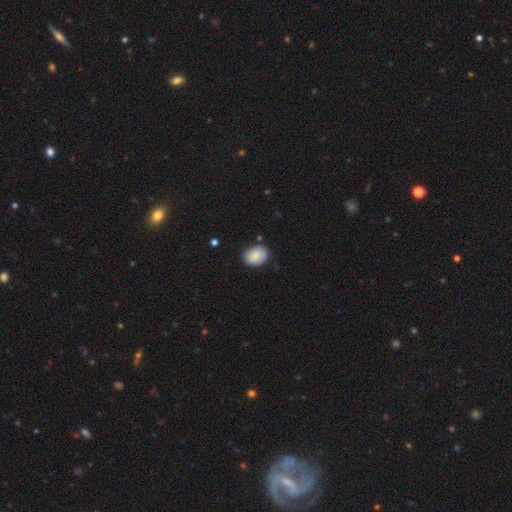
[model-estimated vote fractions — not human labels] A smooth galaxy with no disk features (87%) that is in between round and cigar-shaped (63%).

Vote fractions:
- Smooth or featured? smooth: 87% / star or artifact: 7% / featured or disk: 7%
- How rounded? in between: 63% / round: 36% / cigar-shaped: 1%
- Merging? none: 82% / minor disturbance: 14% / major disturbance: 2% / merger: 2%